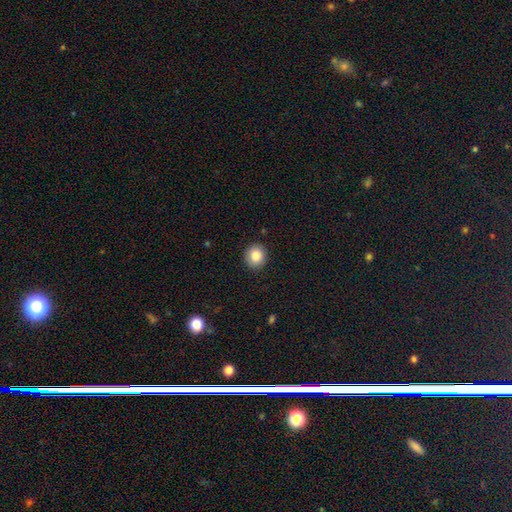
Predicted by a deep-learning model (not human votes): Q: Smooth or featured?
A: smooth (86%); runner-up: star or artifact (9%)
Q: How rounded?
A: round (85%); runner-up: in between (14%)
Q: Merging?
A: none (90%); runner-up: minor disturbance (7%)